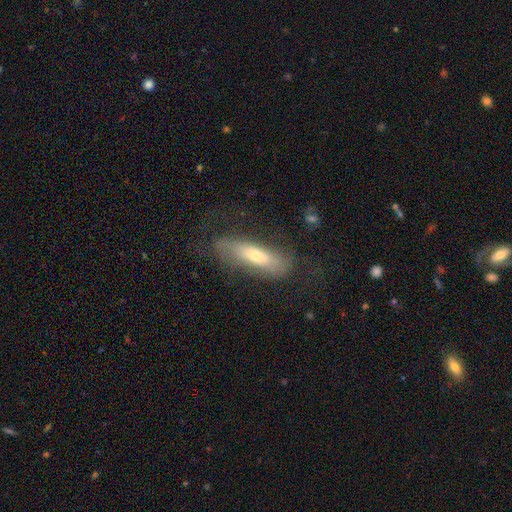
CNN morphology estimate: The model was most divided on "smooth or featured": smooth: 47%, featured or disk: 45%, star or artifact: 8%. More confident: merging — none (65%).